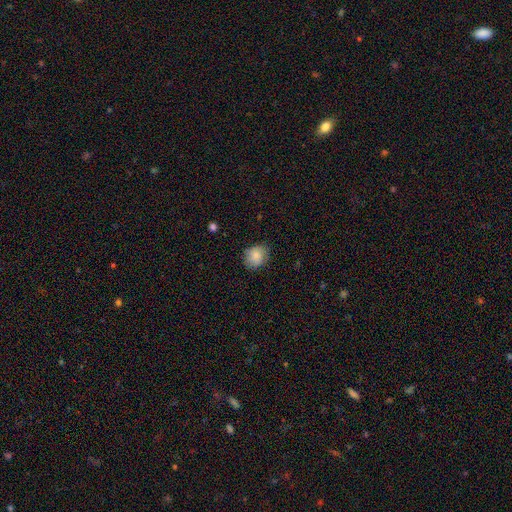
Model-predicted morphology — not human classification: Overall: smooth (81%). How rounded: round (65%; in between 34%). Merging: none (76%).